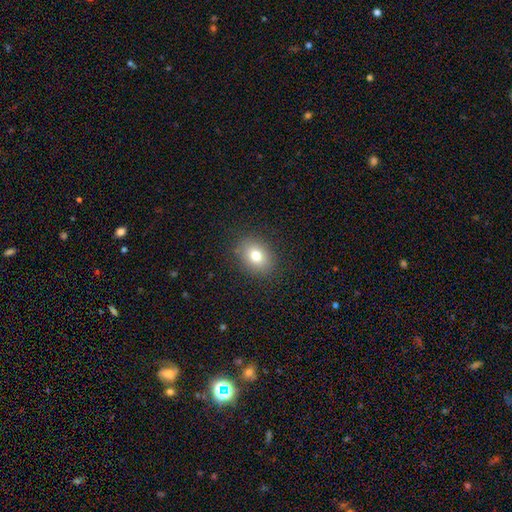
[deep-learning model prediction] smooth 77%, featured or disk 12%, star or artifact 11%. Down the decision tree: how rounded — in between (58%); merging — none (87%).